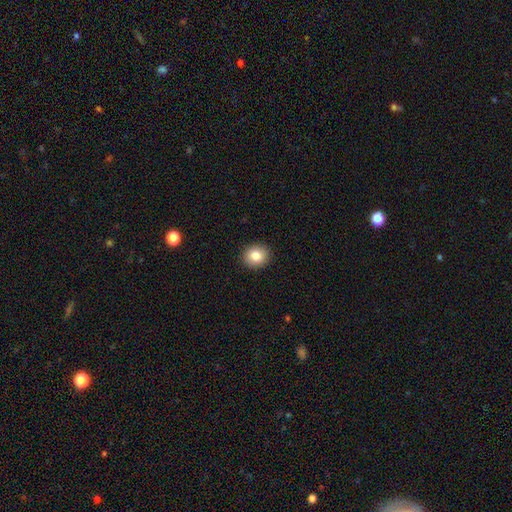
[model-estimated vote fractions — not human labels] This appears to be a smooth galaxy with no disk features (84%) that is round (73%). Merging: none (92%).